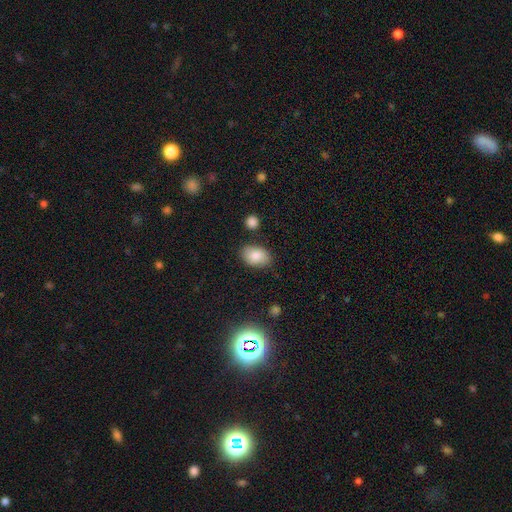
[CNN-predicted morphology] Smooth or featured: smooth — 85% (featured or disk — 8%)
How rounded: in between — 87% (round — 12%)
Merging: none — 80% (minor disturbance — 14%)